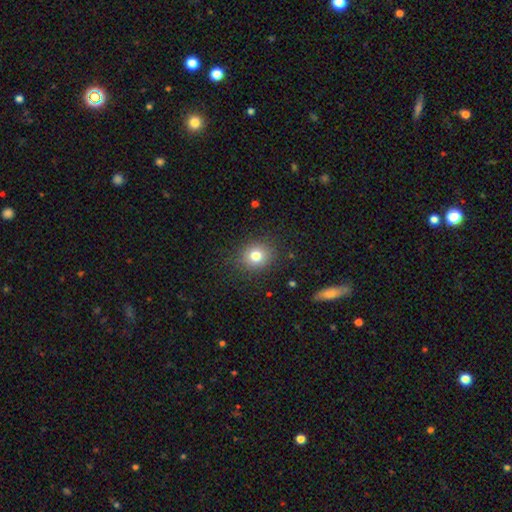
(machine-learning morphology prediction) This appears to be a smooth galaxy with no disk features (78%) that is round (79%). Merging: none (86%).